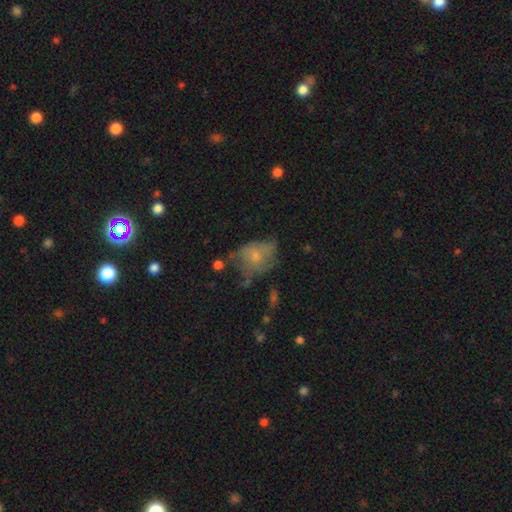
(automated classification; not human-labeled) The model was most divided on "merging": none: 35%, minor disturbance: 30%, major disturbance: 30%, merger: 5%. More confident: how rounded — in between (55%); smooth or featured — smooth (52%).